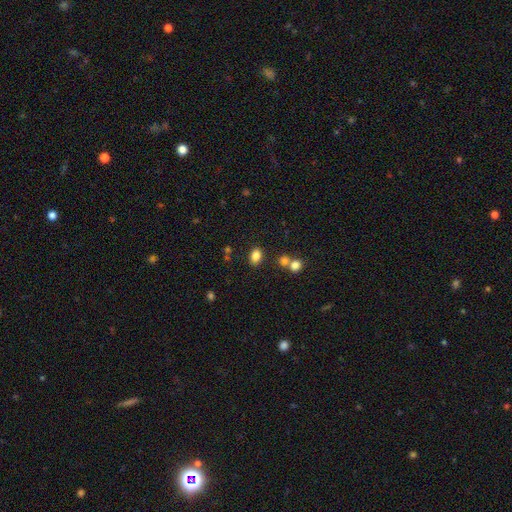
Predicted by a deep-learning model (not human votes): The model was most divided on "how rounded": in between: 73%, round: 26%, cigar-shaped: 1%. More confident: smooth or featured — smooth (82%); merging — none (77%).